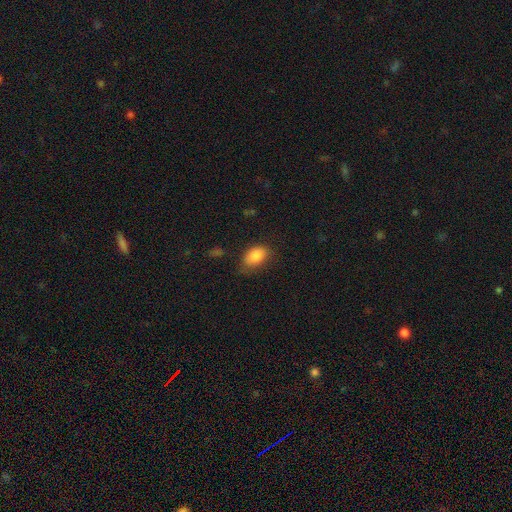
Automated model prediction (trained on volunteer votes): A smooth galaxy with no disk features (85%) that is in between round and cigar-shaped (88%).

Vote fractions:
- Smooth or featured? smooth: 85% / star or artifact: 8% / featured or disk: 7%
- How rounded? in between: 88% / round: 10% / cigar-shaped: 2%
- Merging? none: 67% / minor disturbance: 24% / major disturbance: 7% / merger: 2%